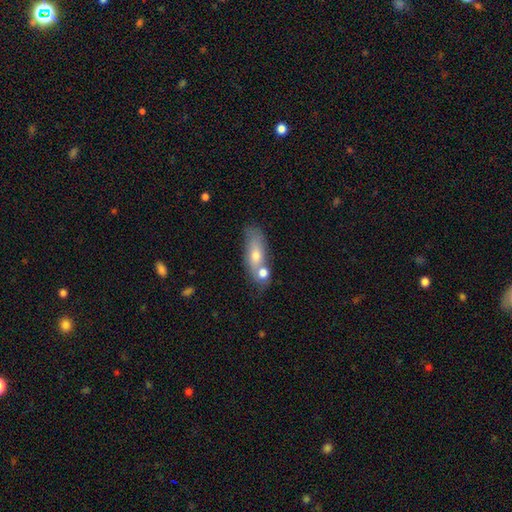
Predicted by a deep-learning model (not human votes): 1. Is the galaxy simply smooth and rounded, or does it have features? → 63% smooth, 29% featured or disk, 8% star or artifact.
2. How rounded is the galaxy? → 63% in between, 29% cigar-shaped, 8% round.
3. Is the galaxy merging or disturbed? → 43% none, 34% merger, 16% minor disturbance, 7% major disturbance.